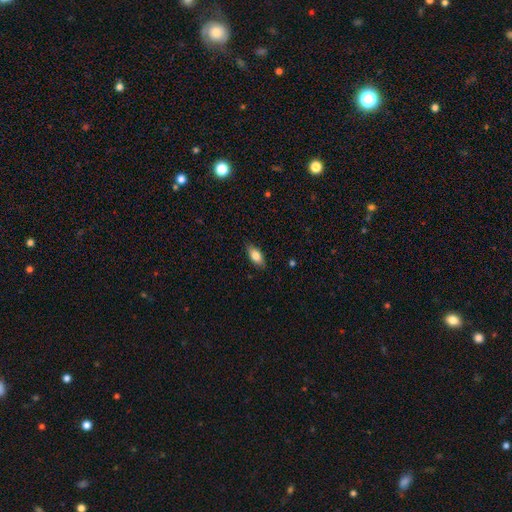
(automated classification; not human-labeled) This is clearly a smooth galaxy (81%). How rounded: clearly in between (87%). Merging: clearly none (86%).